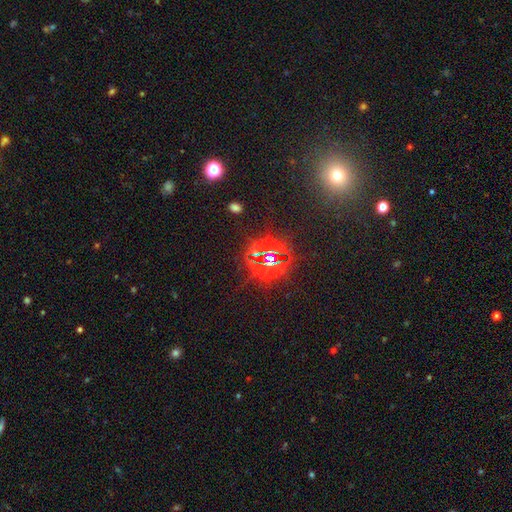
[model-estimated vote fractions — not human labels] This is clearly a star or artifact rather than a galaxy (81%).